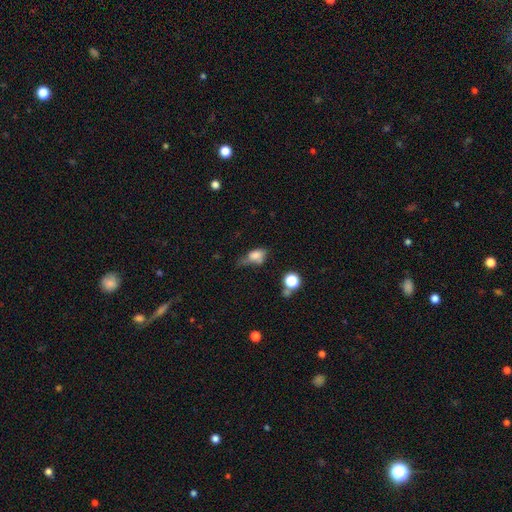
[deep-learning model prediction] Q: Smooth or featured?
A: smooth (69%); runner-up: featured or disk (19%)
Q: How rounded?
A: in between (77%); runner-up: round (17%)
Q: Merging?
A: minor disturbance (36%); runner-up: major disturbance (28%)